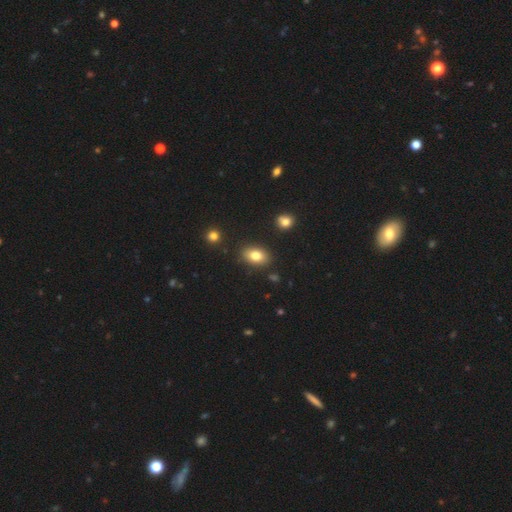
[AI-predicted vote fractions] This is clearly a smooth galaxy (81%). How rounded: clearly in between (85%). Merging: clearly none (85%).